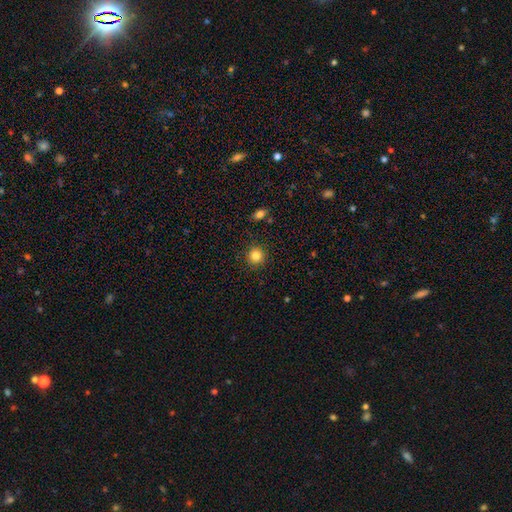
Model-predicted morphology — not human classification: This appears to be a smooth galaxy with no disk features (84%) that is round (93%). Merging: none (90%).